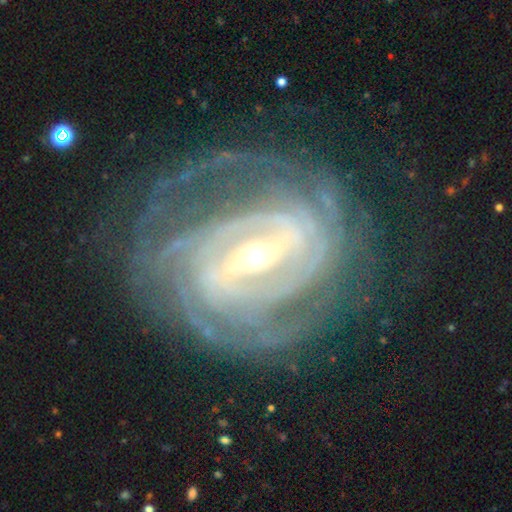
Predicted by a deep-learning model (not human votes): smooth-or-featured: featured or disk: 91% | star or artifact: 5% | smooth: 4%
  disk-edge-on: no: 96% | yes: 4%
    bar: strong: 68% | weak: 25% | no: 7%
    has-spiral-arms: yes: 97% | no: 3%
      spiral-winding: tight: 75% | medium: 21% | loose: 4%
      spiral-arm-count: can't tell: 24% | 4: 22% | 2: 19% | 3: 17% | more than 4: 11% | 1: 7%
    bulge-size: small: 55% | moderate: 40% | large: 3% | none: 1% | dominant: 1%
  merging: none: 73% | minor disturbance: 16% | major disturbance: 10% | merger: 1%